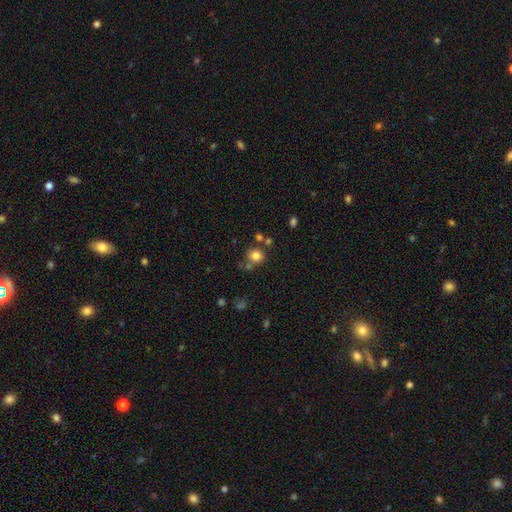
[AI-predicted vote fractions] Smooth or featured? Predicted: smooth (p=0.80). How rounded? Predicted: round (p=0.85). Merging? Predicted: none (p=0.68).